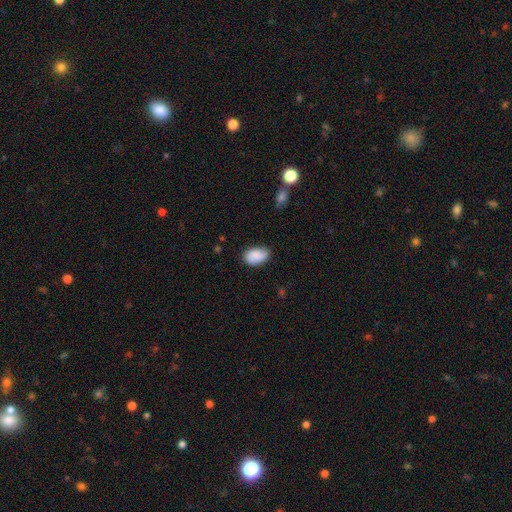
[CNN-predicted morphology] The model was most divided on "merging": none: 72%, minor disturbance: 22%, major disturbance: 4%, merger: 2%. More confident: how rounded — in between (87%); smooth or featured — smooth (79%).